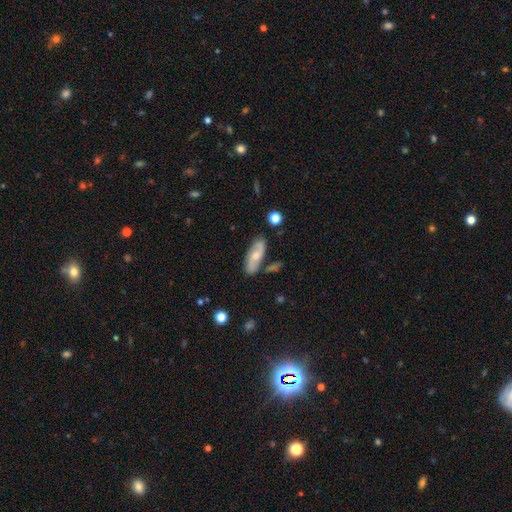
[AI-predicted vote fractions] This appears to be a featured or disk galaxy (58%). Merging: none (78%).